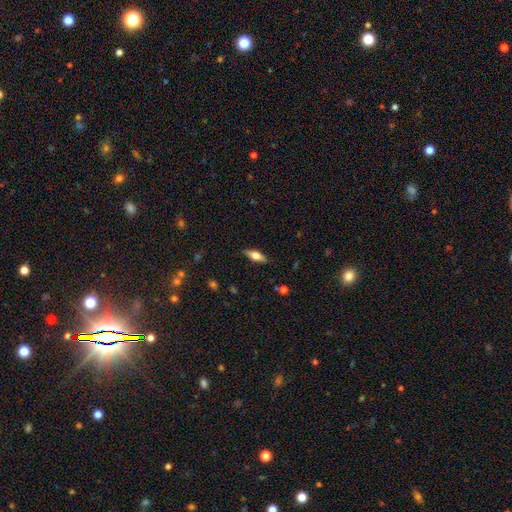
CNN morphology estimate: Overall: smooth (48%; featured or disk 45%). Merging: none (87%).